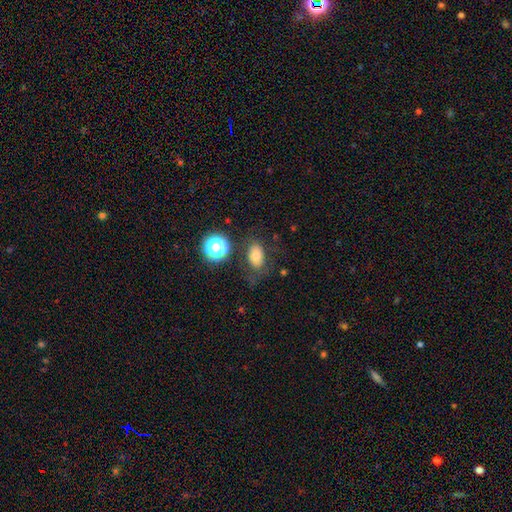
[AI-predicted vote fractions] Smooth or featured? Predicted: smooth (p=0.73). How rounded? Predicted: in between (p=0.82). Merging? Predicted: none (p=0.68).